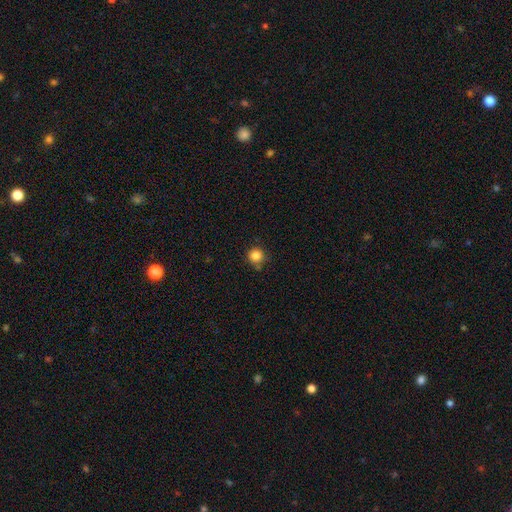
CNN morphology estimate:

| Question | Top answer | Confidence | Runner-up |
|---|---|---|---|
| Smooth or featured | smooth | 85% | star or artifact (11%) |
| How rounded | round | 94% | in between (5%) |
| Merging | none | 77% | minor disturbance (14%) |